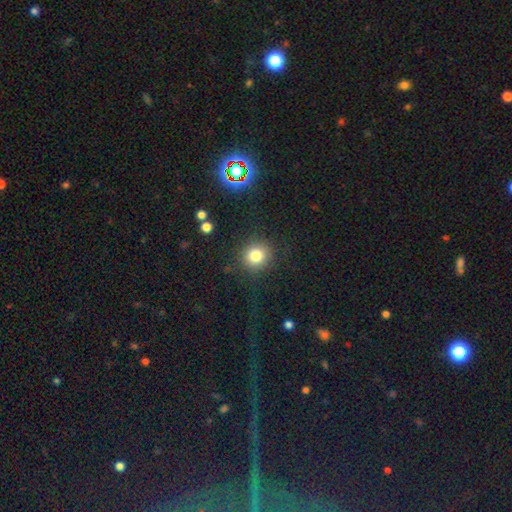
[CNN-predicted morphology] This appears to be a smooth galaxy with no disk features (80%) that is round (90%). Merging: none (87%).